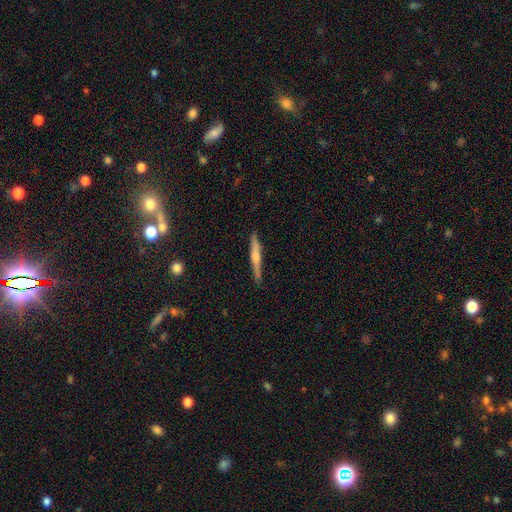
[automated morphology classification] Smooth or featured? Predicted: featured or disk (p=0.50). Edge-on disk? Predicted: yes (p=0.96). Merging? Predicted: none (p=0.86).